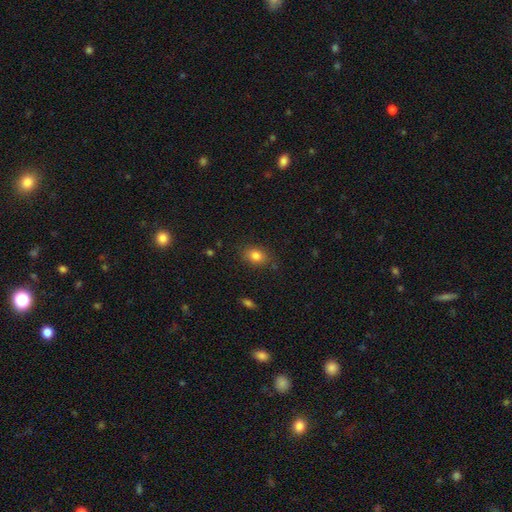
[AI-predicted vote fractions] Q: Smooth or featured?
A: smooth (83%); runner-up: star or artifact (10%)
Q: How rounded?
A: in between (70%); runner-up: round (29%)
Q: Merging?
A: none (83%); runner-up: minor disturbance (13%)